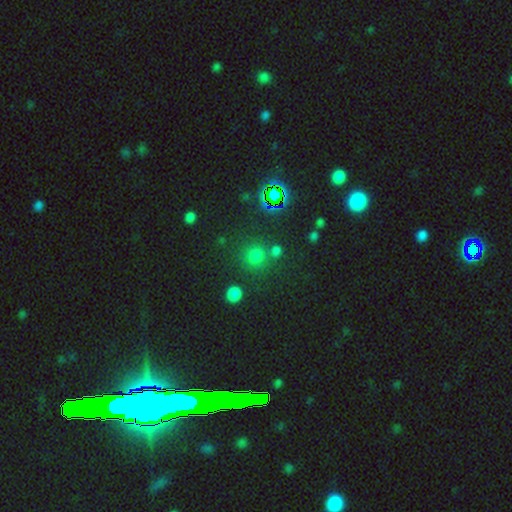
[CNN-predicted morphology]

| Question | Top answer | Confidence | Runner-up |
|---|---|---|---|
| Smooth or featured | smooth | 65% | star or artifact (29%) |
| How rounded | round | 88% | in between (11%) |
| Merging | none | 73% | merger (12%) |